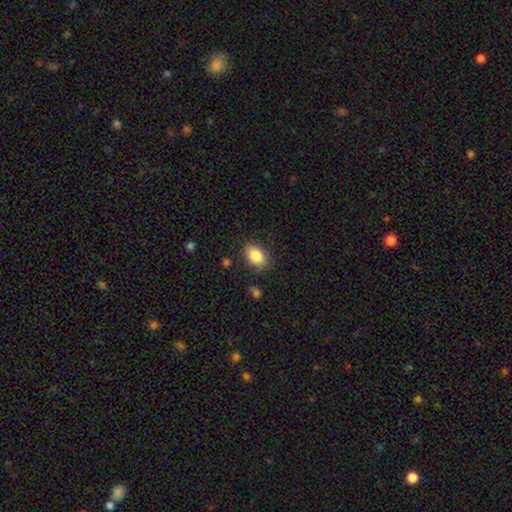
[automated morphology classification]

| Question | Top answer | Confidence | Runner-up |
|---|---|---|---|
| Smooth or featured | smooth | 86% | star or artifact (7%) |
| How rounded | in between | 85% | round (13%) |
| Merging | none | 82% | minor disturbance (13%) |